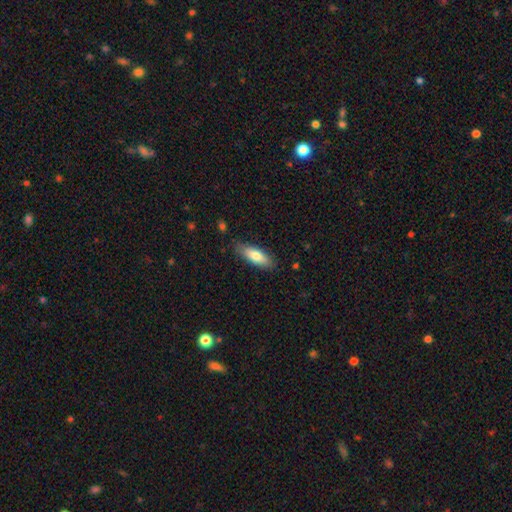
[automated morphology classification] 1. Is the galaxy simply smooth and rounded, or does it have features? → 77% smooth, 17% featured or disk, 6% star or artifact.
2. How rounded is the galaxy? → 62% in between, 36% cigar-shaped, 2% round.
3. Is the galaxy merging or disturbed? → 83% none, 13% minor disturbance, 2% major disturbance, 1% merger.